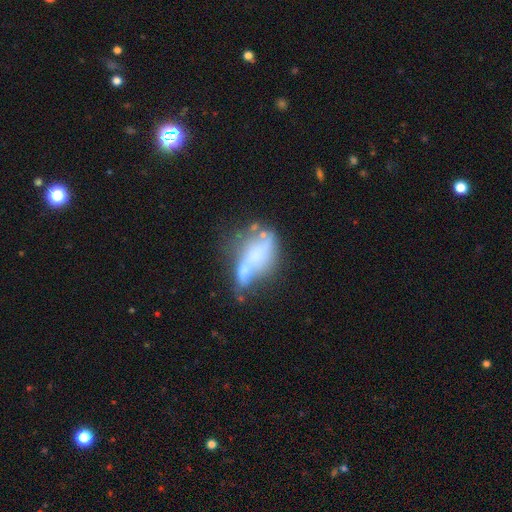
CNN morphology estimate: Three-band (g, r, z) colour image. It shows a featured or disk galaxy (53%). Merging: merger (38%).